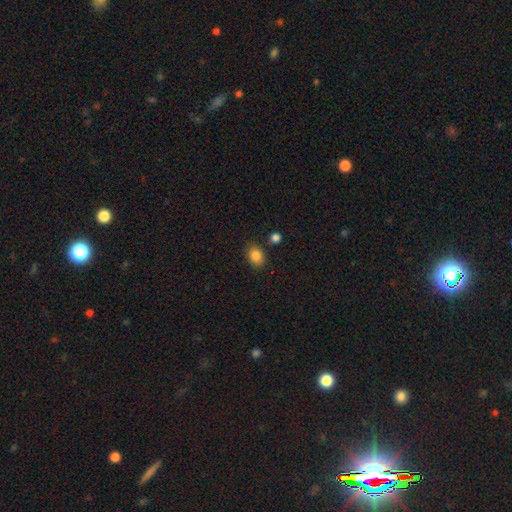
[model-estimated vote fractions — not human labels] A smooth galaxy with no disk features (86%) that is in between round and cigar-shaped (68%). Merging: none (82%).